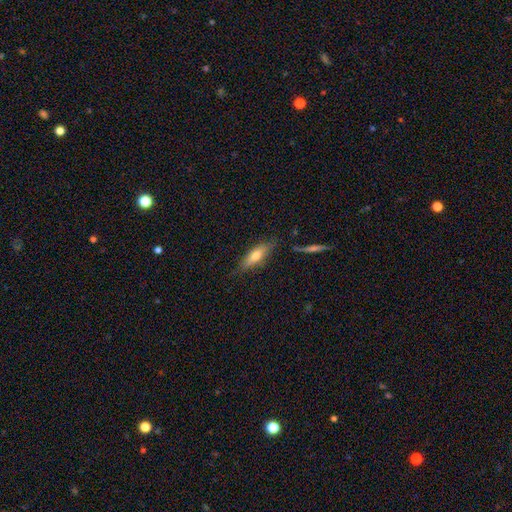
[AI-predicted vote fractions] Morphology: type=smooth (64%); roundness=cigar-shaped (53%); merging=none (75%).